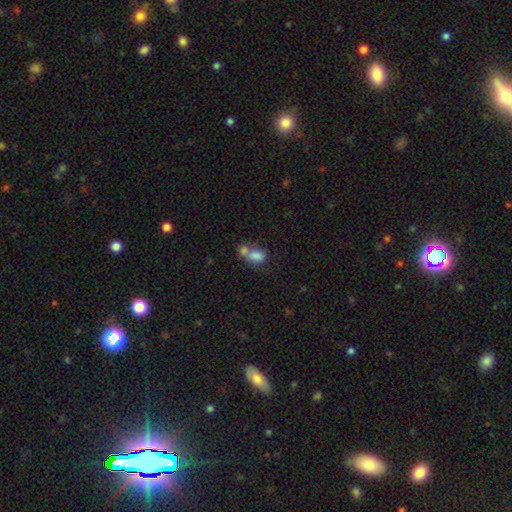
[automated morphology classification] smooth 79%, featured or disk 12%, star or artifact 10%. Down the decision tree: how rounded — in between (80%); merging — merger (58%).